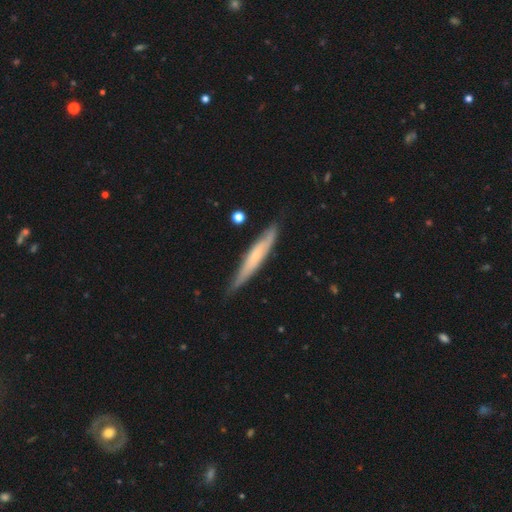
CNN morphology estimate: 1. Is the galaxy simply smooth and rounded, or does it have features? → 52% featured or disk, 42% smooth, 6% star or artifact.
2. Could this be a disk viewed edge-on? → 79% yes, 21% no.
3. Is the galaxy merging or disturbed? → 75% none, 20% minor disturbance, 3% major disturbance, 2% merger.